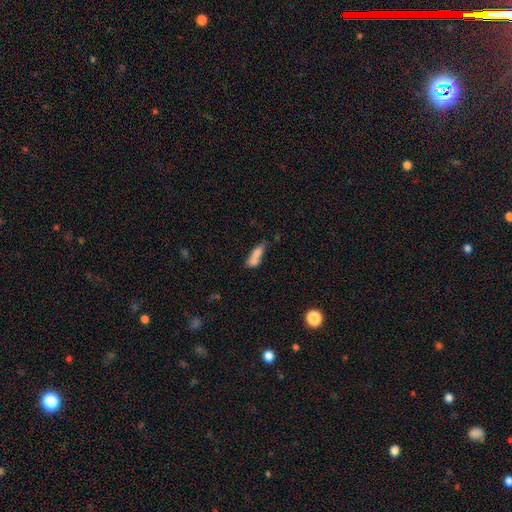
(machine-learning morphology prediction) Smooth or featured? smooth (73%)
How rounded? in between (57%)
Merging? merger (39%)